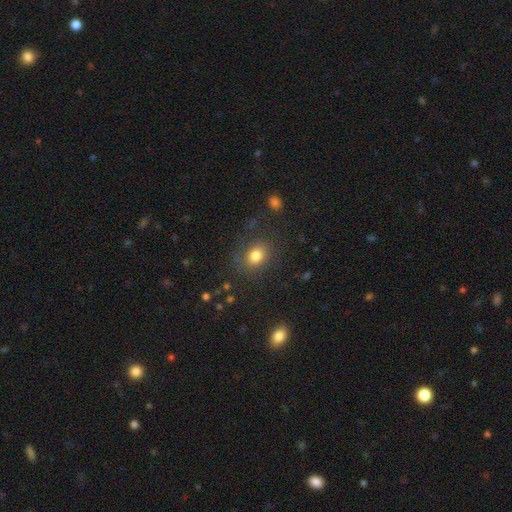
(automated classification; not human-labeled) Smooth or featured? Predicted: smooth (p=0.79). How rounded? Predicted: round (p=0.56). Merging? Predicted: none (p=0.76).